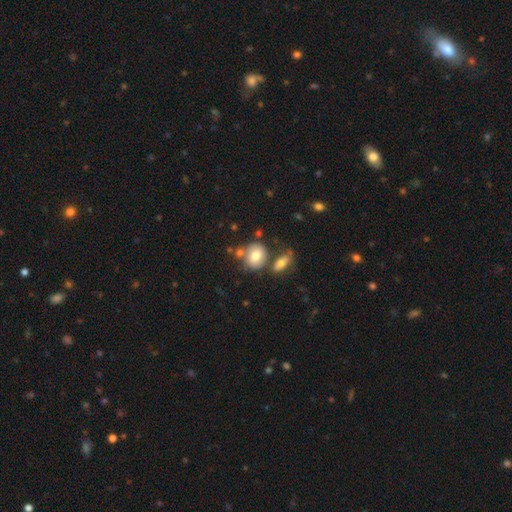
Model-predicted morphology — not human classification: The model was most divided on "merging": none: 55%, merger: 23%, minor disturbance: 16%, major disturbance: 6%. More confident: smooth or featured — smooth (72%); how rounded — round (68%).